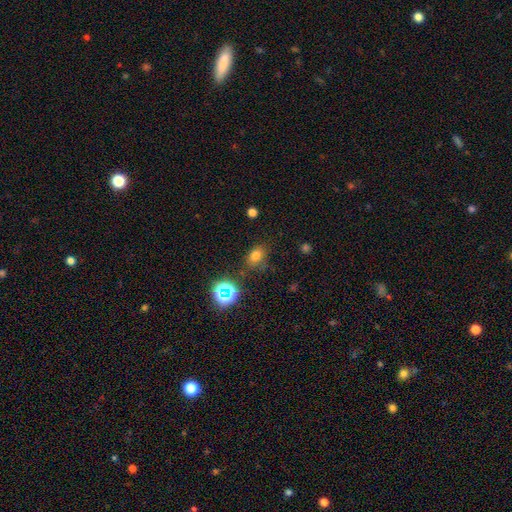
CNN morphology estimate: Overall: smooth (72%). How rounded: in between (59%; round 40%). Merging: none (76%).